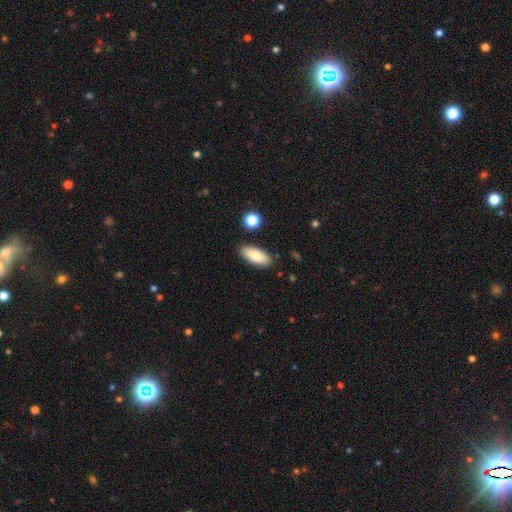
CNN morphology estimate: The model was most divided on "how rounded": in between: 82%, cigar-shaped: 15%, round: 2%. More confident: merging — none (85%); smooth or featured — smooth (84%).